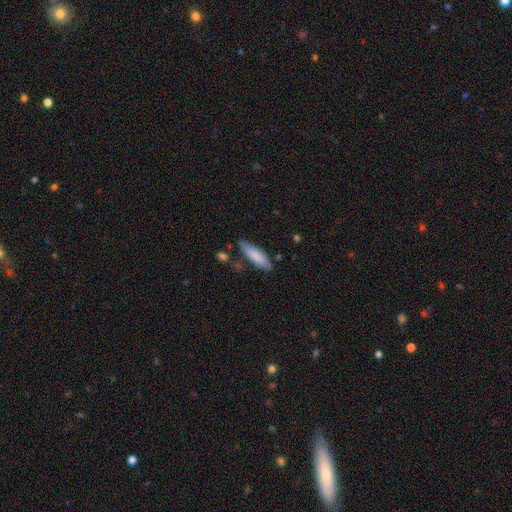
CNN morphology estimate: smooth-or-featured: smooth: 83% | featured or disk: 11% | star or artifact: 5%
  how-rounded: cigar-shaped: 57% | in between: 42% | round: 1%
  merging: none: 78% | minor disturbance: 15% | merger: 4% | major disturbance: 3%